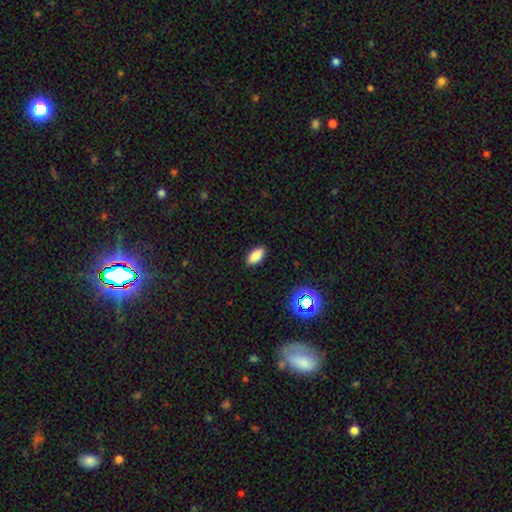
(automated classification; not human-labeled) Morphology: type=smooth (85%); roundness=in between (88%); merging=none (89%).